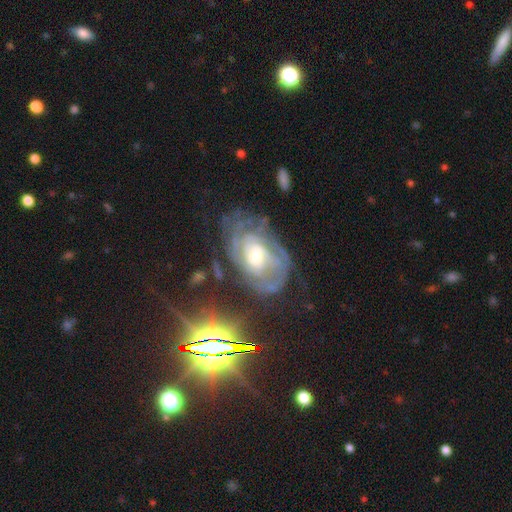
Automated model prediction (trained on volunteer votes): This appears to be a featured or disk galaxy (78%) with no bar (56%), tight (64%) spiral arms (87%) and a moderate central bulge (59%). Merging: none (61%).